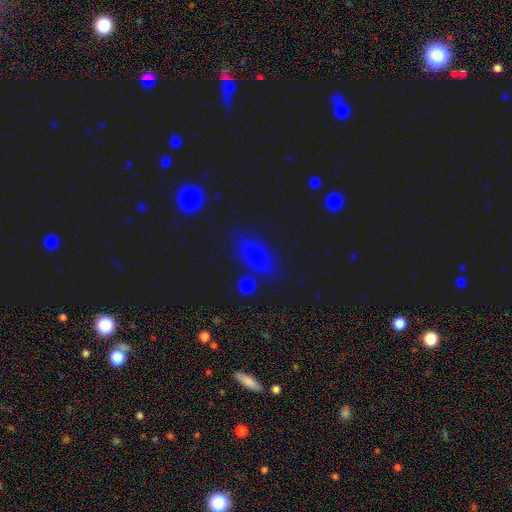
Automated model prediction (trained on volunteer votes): smooth_or_featured: smooth (p=0.72) [alt: star or artifact p=0.14]
how_rounded: in between (p=0.70) [alt: cigar-shaped p=0.15]
merging: none (p=0.76) [alt: minor disturbance p=0.13]